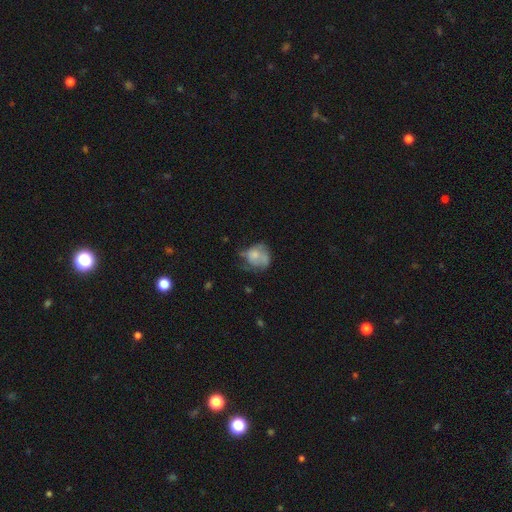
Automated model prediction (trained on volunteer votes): The model was most divided on "merging": none: 35%, minor disturbance: 30%, major disturbance: 27%, merger: 8%. More confident: how rounded — round (66%); smooth or featured — smooth (60%).